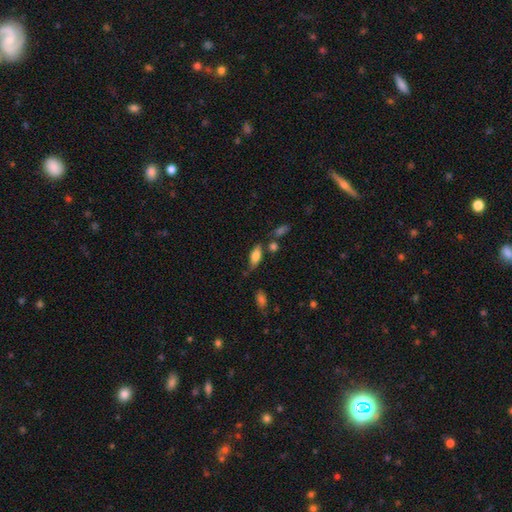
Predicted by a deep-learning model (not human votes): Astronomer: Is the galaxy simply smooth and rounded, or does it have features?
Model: smooth — 76%.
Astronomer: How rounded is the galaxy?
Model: in between — 81%.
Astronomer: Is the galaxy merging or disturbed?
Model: none — 56%.